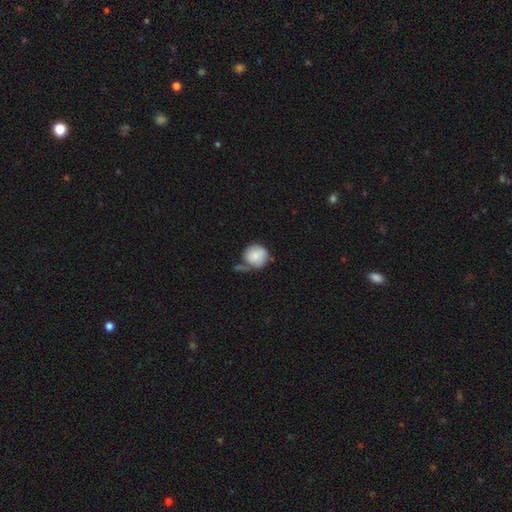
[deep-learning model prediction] Smooth or featured: smooth — 67% (featured or disk — 27%)
How rounded: round — 86% (in between — 13%)
Merging: none — 44% (minor disturbance — 27%)